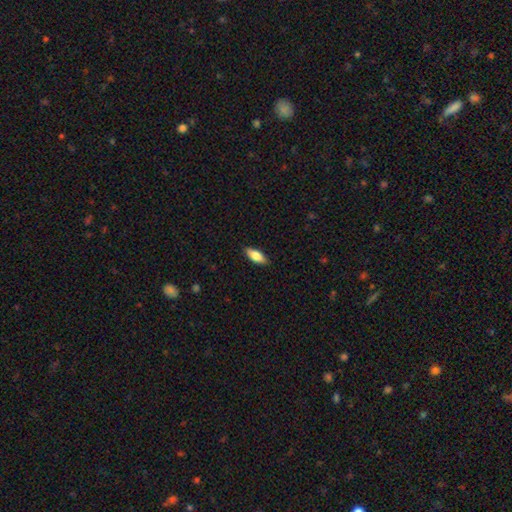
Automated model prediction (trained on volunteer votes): smooth 79%, featured or disk 15%, star or artifact 6%. Down the decision tree: how rounded — in between (78%); merging — none (88%).